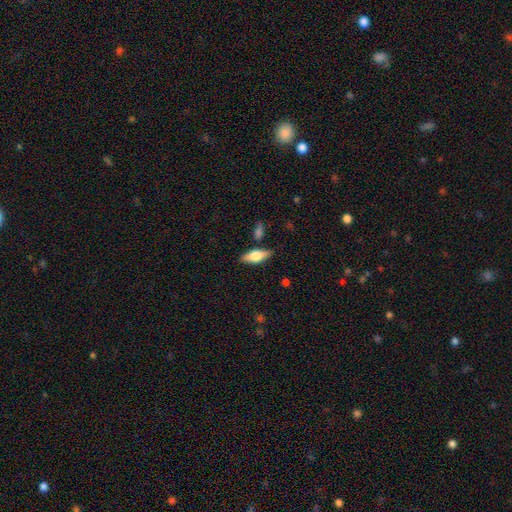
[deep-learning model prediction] smooth 55%, featured or disk 38%, star or artifact 7%. Down the decision tree: how rounded — in between (71%); merging — none (81%).